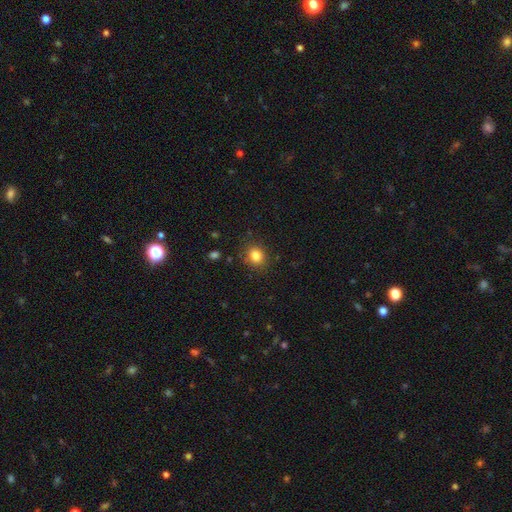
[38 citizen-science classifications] A smooth galaxy with no disk features (84%) that is round (81%). Merging: none (83%).